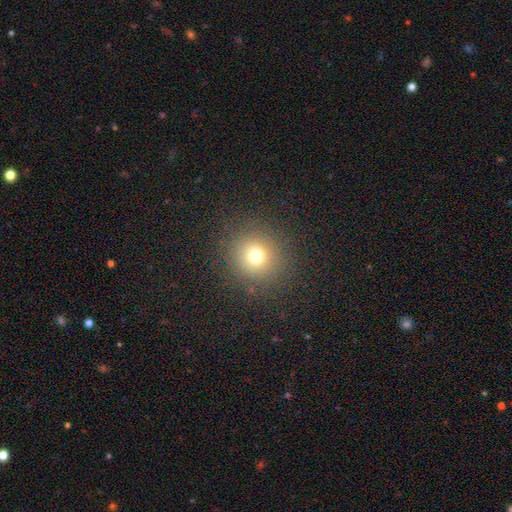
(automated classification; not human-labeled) Smooth or featured? smooth (72%)
How rounded? round (93%)
Merging? none (87%)